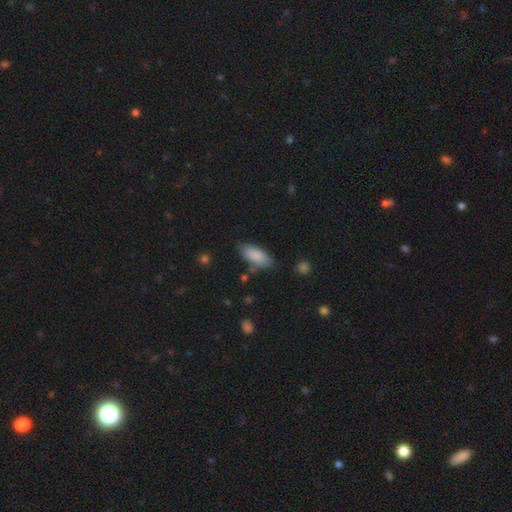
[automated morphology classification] Q: Smooth or featured?
A: smooth (87%); runner-up: featured or disk (6%)
Q: How rounded?
A: in between (86%); runner-up: cigar-shaped (12%)
Q: Merging?
A: none (75%); runner-up: minor disturbance (17%)